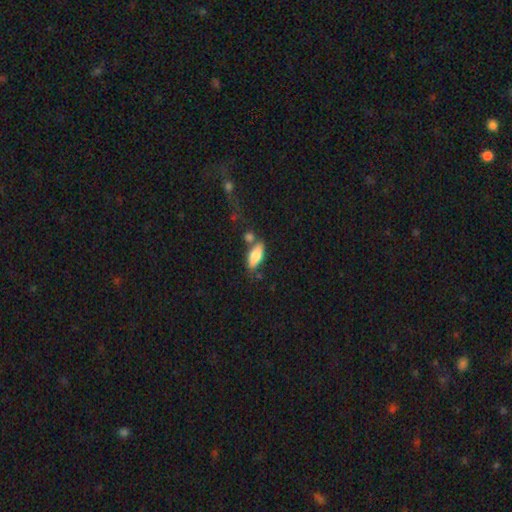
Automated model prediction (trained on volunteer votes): Smooth or featured: smooth — 76% (featured or disk — 17%)
How rounded: in between — 80% (cigar-shaped — 17%)
Merging: none — 63% (minor disturbance — 16%)